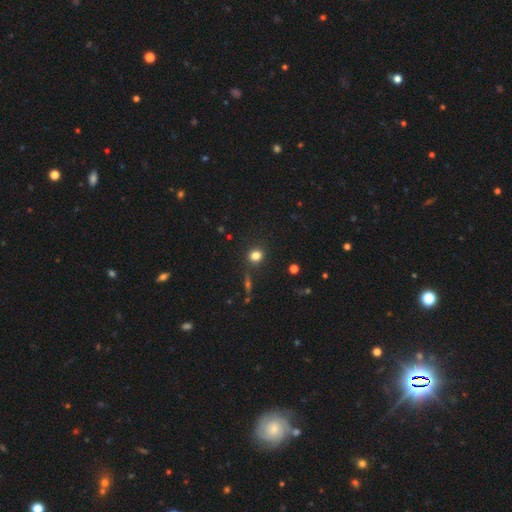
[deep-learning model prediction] Smooth or featured: smooth — 80% (star or artifact — 13%)
How rounded: round — 66% (in between — 32%)
Merging: none — 82% (minor disturbance — 11%)